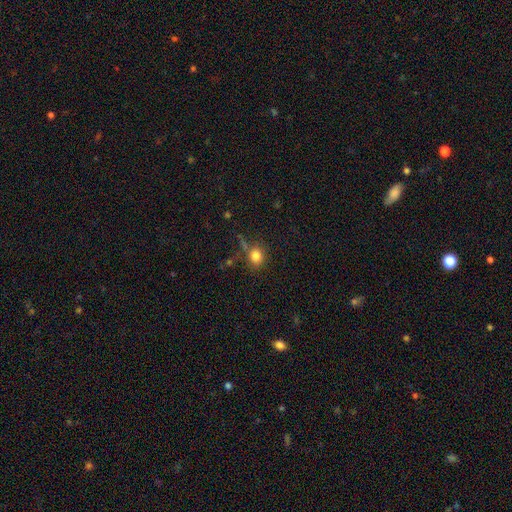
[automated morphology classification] Smooth or featured? smooth (82%)
How rounded? round (68%)
Merging? none (69%)